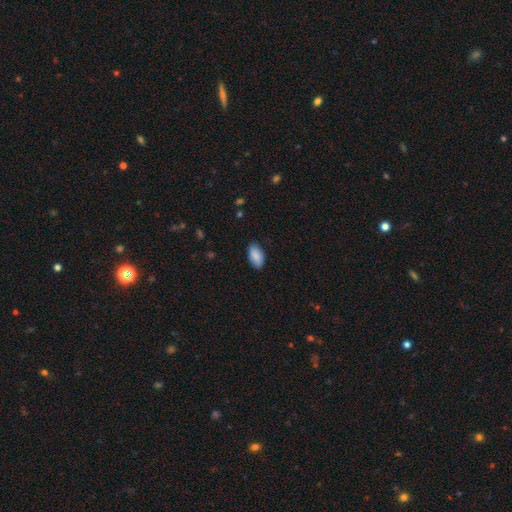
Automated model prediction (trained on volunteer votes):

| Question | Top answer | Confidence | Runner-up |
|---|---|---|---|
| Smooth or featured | smooth | 87% | featured or disk (7%) |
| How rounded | in between | 94% | cigar-shaped (3%) |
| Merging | none | 84% | minor disturbance (12%) |